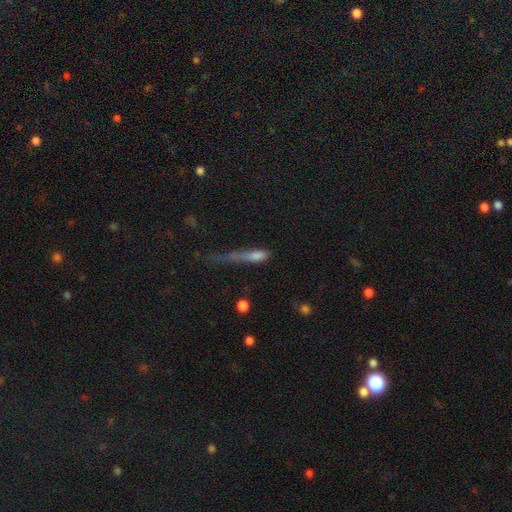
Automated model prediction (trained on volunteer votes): Smooth or featured?
  - smooth: 64% *
  - featured or disk: 24%
  - star or artifact: 12%
How rounded?
  - cigar-shaped: 67% *
  - in between: 26%
  - round: 7%
Merging?
  - major disturbance: 42% *
  - minor disturbance: 25%
  - none: 23%
  - merger: 9%